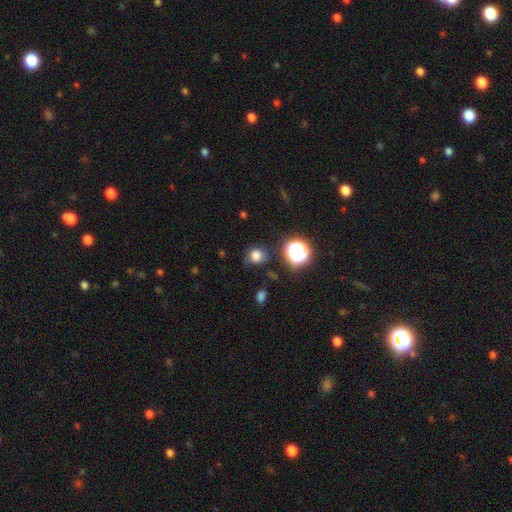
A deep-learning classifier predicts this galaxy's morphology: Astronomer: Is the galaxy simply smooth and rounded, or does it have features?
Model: smooth — 76%.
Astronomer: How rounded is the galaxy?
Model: round — 76%.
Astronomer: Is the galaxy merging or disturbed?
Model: none — 72%.